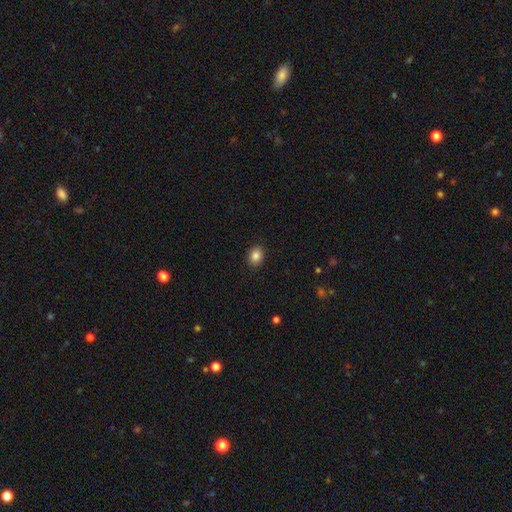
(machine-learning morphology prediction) Smooth or featured?
  - smooth: 86% *
  - star or artifact: 9%
  - featured or disk: 5%
How rounded?
  - round: 51% *
  - in between: 48%
  - cigar-shaped: 1%
Merging?
  - none: 90% *
  - minor disturbance: 7%
  - major disturbance: 2%
  - merger: 1%